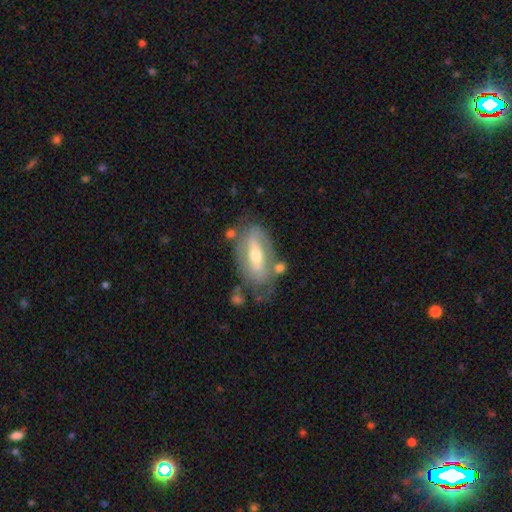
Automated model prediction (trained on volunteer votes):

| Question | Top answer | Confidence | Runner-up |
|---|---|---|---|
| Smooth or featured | featured or disk | 68% | smooth (26%) |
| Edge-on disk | no | 85% | yes (15%) |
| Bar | strong | 47% | weak (27%) |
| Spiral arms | yes | 59% | no (41%) |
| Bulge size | moderate | 60% | small (33%) |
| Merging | none | 63% | minor disturbance (20%) |